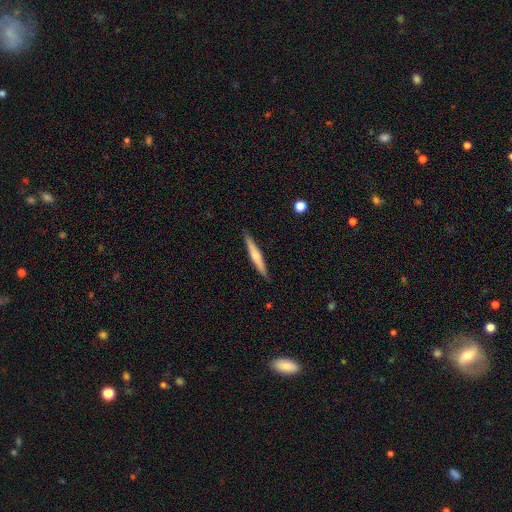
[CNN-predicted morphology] This is possibly a featured or disk galaxy (50%). Merging: clearly none (90%).